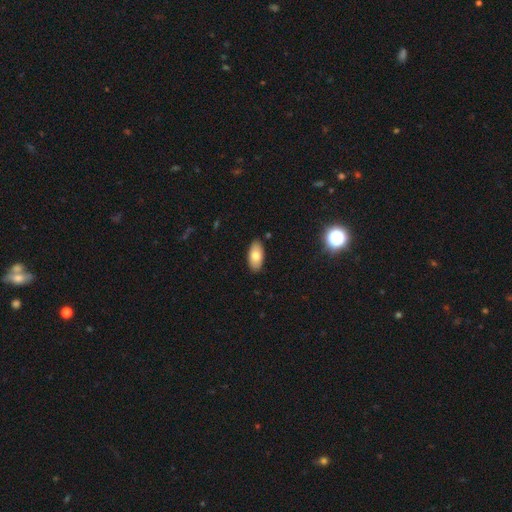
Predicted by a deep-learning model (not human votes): Morphology: type=smooth (76%); roundness=in between (92%); merging=none (87%).